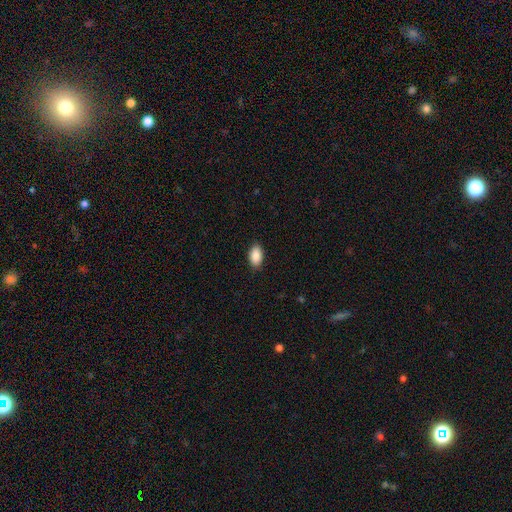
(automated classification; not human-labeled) A smooth galaxy with no disk features (89%) that is in between round and cigar-shaped (93%). Merging: none (88%).